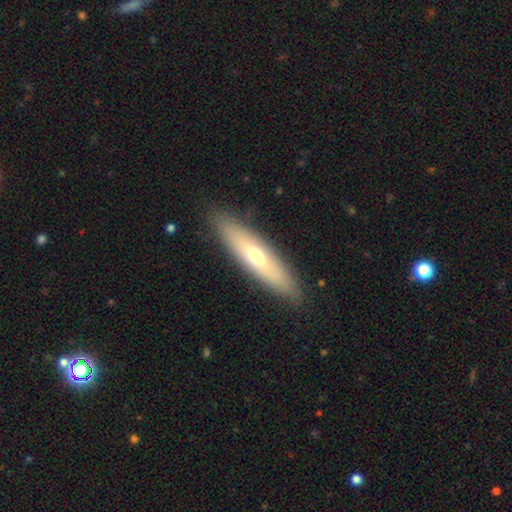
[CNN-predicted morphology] Smooth or featured?
  - smooth: 49% *
  - featured or disk: 44%
  - star or artifact: 6%
Merging?
  - none: 89% *
  - minor disturbance: 8%
  - major disturbance: 2%
  - merger: 1%